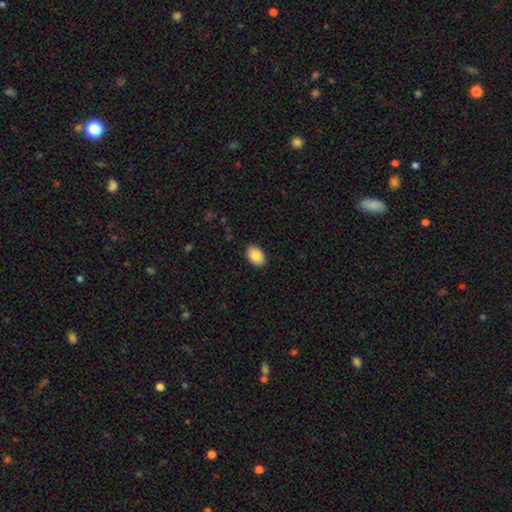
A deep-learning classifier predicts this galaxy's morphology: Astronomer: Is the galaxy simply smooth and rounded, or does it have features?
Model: smooth — 88%.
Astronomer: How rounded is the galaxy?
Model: in between — 86%.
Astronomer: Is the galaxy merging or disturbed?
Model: none — 90%.